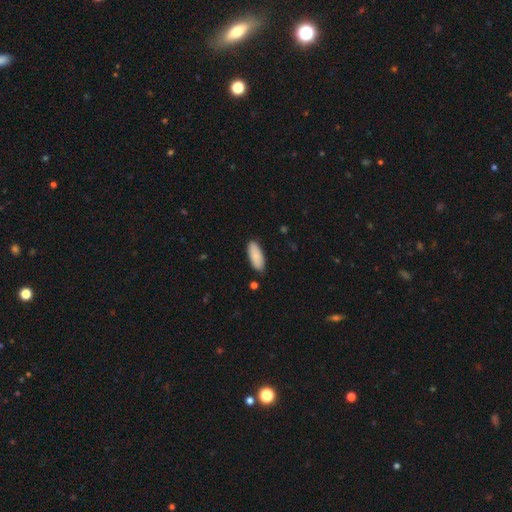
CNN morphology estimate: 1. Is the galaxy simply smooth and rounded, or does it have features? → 87% smooth, 7% featured or disk, 6% star or artifact.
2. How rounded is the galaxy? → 80% in between, 18% cigar-shaped, 2% round.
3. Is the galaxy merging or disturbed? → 85% none, 11% minor disturbance, 2% major disturbance, 2% merger.